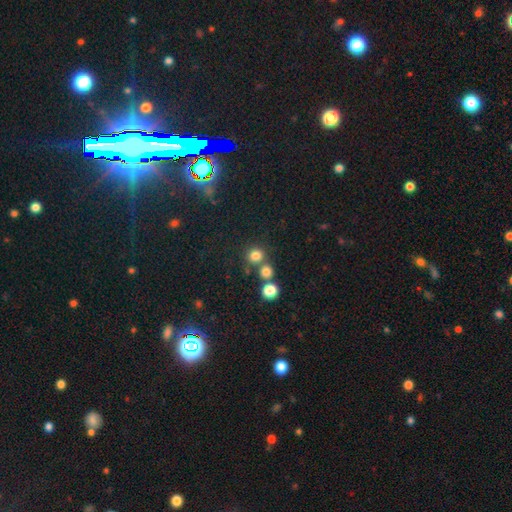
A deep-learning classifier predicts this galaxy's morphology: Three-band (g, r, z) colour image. It shows a smooth galaxy with no disk features (78%) that is round (88%). Merging: none (68%).